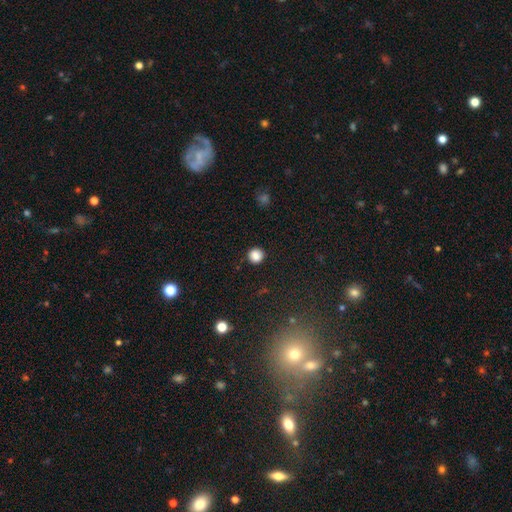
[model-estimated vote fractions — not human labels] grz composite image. It shows a smooth galaxy with no disk features (86%) that is round (92%). Merging: none (91%).